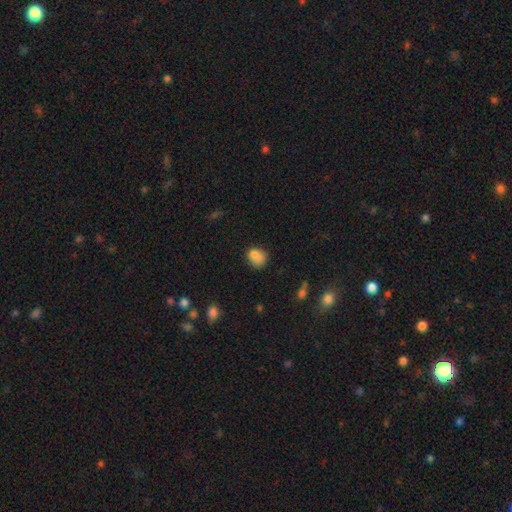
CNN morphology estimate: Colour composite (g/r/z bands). It shows a smooth galaxy with no disk features (78%) that is round (57%). Merging: none (50%).